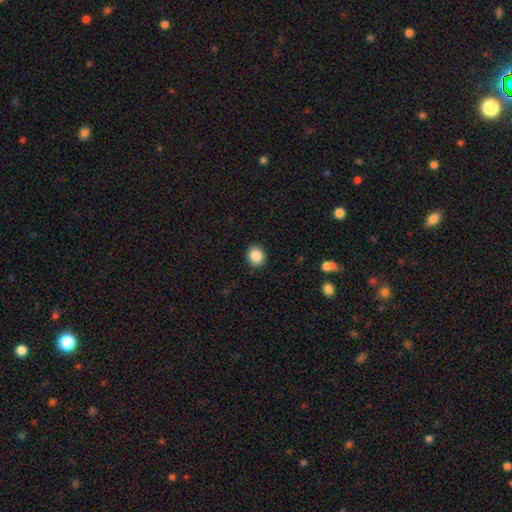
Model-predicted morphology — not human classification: smooth-or-featured: smooth: 87% | star or artifact: 9% | featured or disk: 4%
  how-rounded: round: 79% | in between: 20% | cigar-shaped: 1%
  merging: none: 90% | minor disturbance: 7% | major disturbance: 2% | merger: 1%